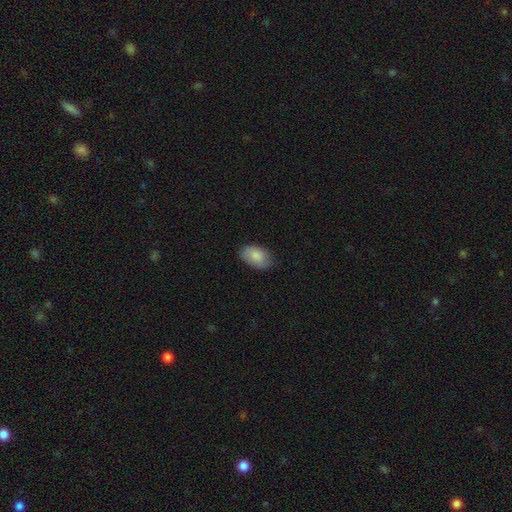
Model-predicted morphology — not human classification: This is clearly a smooth galaxy (87%). How rounded: clearly in between (91%). Merging: likely none (77%).